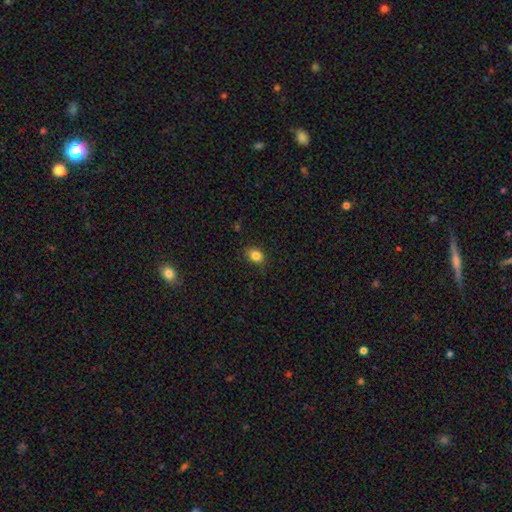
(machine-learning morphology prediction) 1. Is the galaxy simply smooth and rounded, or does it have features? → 84% smooth, 11% star or artifact, 6% featured or disk.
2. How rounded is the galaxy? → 61% in between, 38% round, 1% cigar-shaped.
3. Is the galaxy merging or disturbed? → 84% none, 12% minor disturbance, 3% major disturbance, 1% merger.